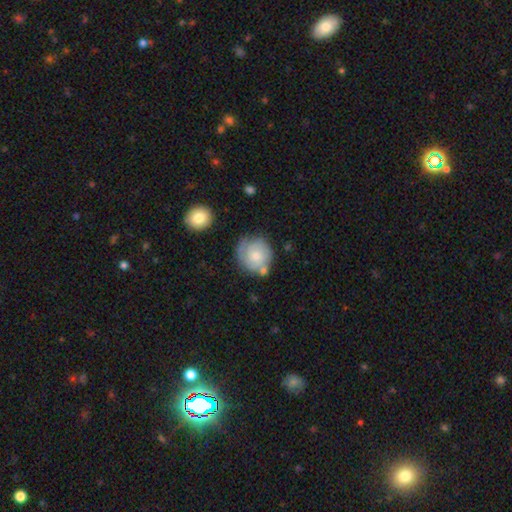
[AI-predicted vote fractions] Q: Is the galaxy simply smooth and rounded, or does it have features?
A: featured or disk — 52%.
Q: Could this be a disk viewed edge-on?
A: no — 97%.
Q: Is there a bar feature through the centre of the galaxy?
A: no — 78%.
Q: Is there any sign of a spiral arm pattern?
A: yes — 82%.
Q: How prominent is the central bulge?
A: small — 48%.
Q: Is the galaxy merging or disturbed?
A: none — 61%.